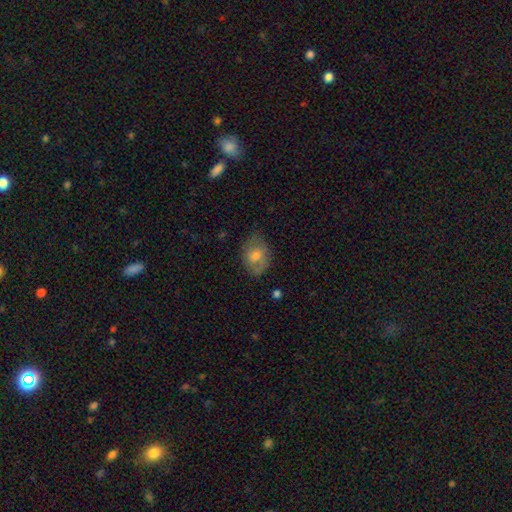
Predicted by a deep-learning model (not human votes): A smooth galaxy with no disk features (60%) that is in between round and cigar-shaped (67%). Merging: none (68%).